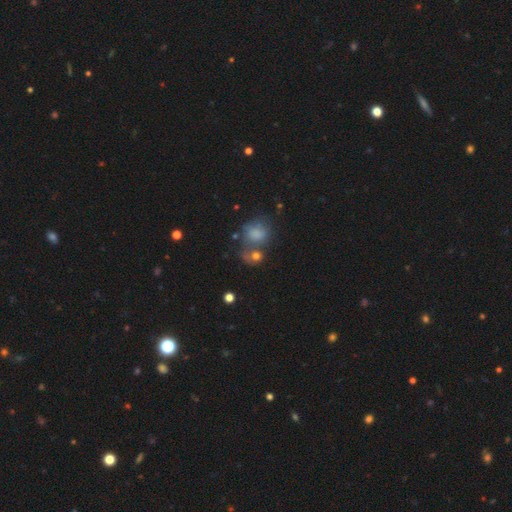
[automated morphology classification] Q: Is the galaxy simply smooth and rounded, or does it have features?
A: smooth — 66%.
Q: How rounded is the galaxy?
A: round — 67%.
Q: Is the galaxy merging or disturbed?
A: none — 40%.